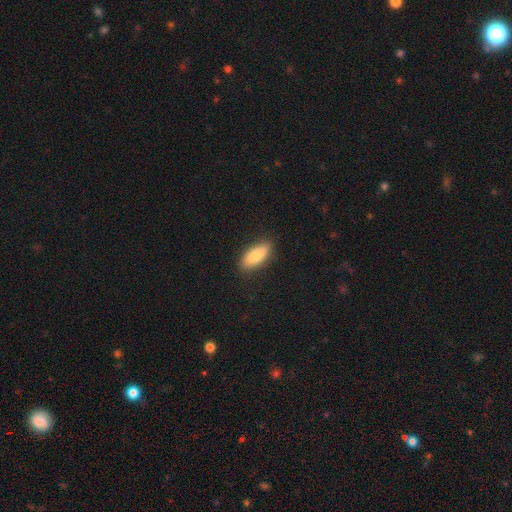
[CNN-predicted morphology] Overall: smooth (84%). How rounded: in between (74%). Merging: none (87%).